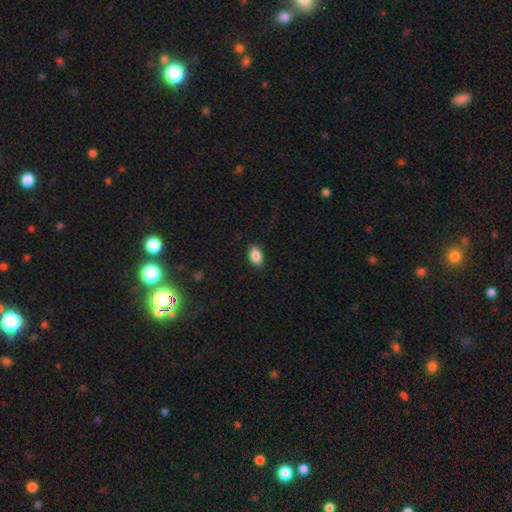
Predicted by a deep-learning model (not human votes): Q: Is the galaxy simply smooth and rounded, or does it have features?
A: smooth — 88%.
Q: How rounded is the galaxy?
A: in between — 91%.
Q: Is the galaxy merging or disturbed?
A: none — 87%.